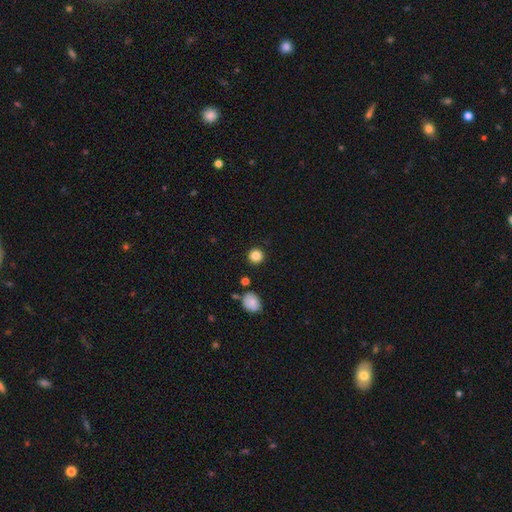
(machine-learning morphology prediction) A smooth galaxy with no disk features (85%) that is round (94%). Merging: none (90%).